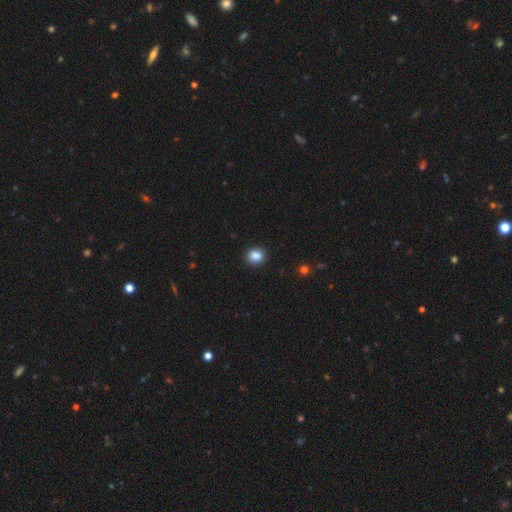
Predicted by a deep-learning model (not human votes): A smooth galaxy with no disk features (87%) that is round (67%). Merging: none (89%).